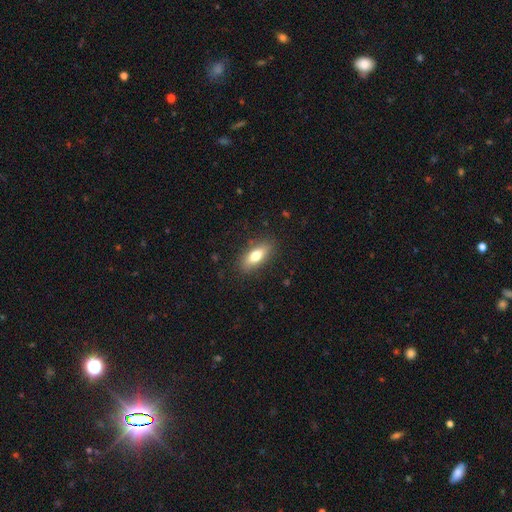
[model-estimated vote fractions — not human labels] smooth-or-featured: smooth: 71% | featured or disk: 22% | star or artifact: 7%
  how-rounded: in between: 71% | cigar-shaped: 25% | round: 4%
  merging: none: 86% | minor disturbance: 10% | major disturbance: 3% | merger: 1%